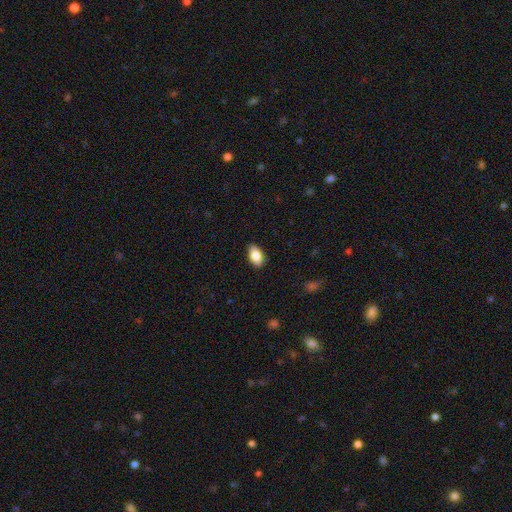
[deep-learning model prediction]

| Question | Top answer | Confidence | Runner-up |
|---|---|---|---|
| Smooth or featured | smooth | 85% | featured or disk (8%) |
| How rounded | in between | 91% | round (6%) |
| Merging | none | 87% | minor disturbance (10%) |